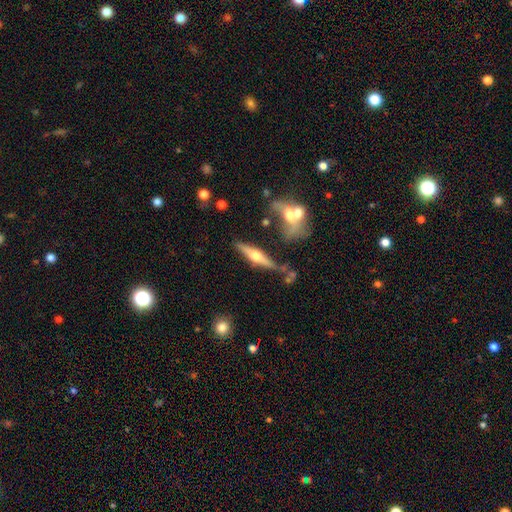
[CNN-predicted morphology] This appears to be a featured or disk galaxy (68%) viewed edge-on (95%) with a rounded central bulge (92%). Merging: none (74%).